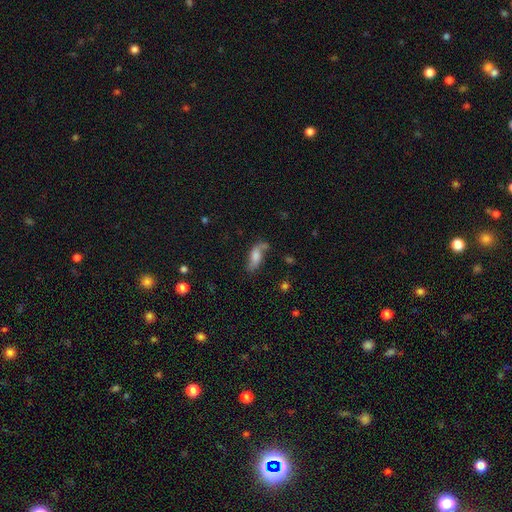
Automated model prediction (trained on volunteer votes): This is possibly a smooth galaxy (53%). How rounded: likely in between (70%). Merging: possibly none (55%).